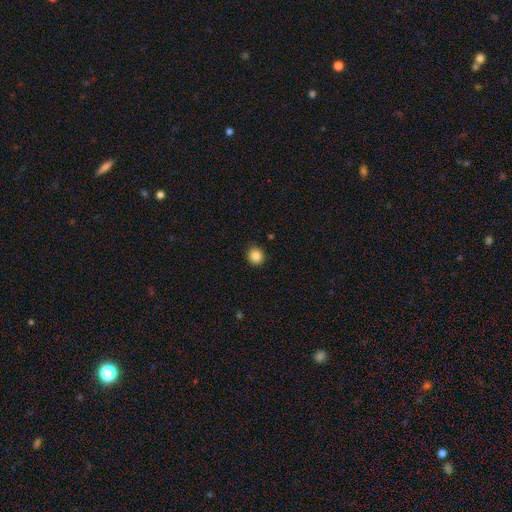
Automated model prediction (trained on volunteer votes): This appears to be a smooth galaxy with no disk features (85%) that is round (85%). Merging: none (89%).